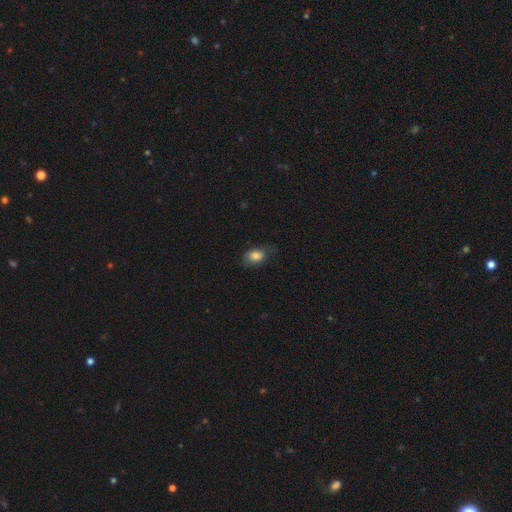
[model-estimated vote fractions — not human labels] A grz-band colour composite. It shows a smooth galaxy with no disk features (82%) that is in between round and cigar-shaped (81%). Merging: none (66%).